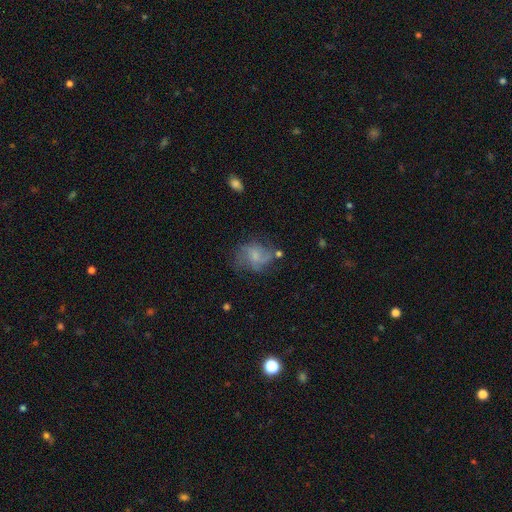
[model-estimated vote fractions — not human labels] Morphology: type=featured or disk (53%); edge-on=no (97%); bar=no (61%); spiral arms=yes (75%); bulge=small (50%); merging=none (51%).